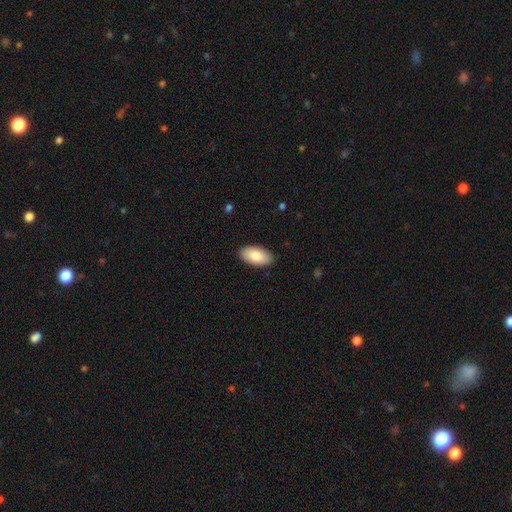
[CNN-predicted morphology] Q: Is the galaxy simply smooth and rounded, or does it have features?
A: smooth — 85%.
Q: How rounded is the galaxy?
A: in between — 95%.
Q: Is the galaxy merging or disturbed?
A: none — 89%.